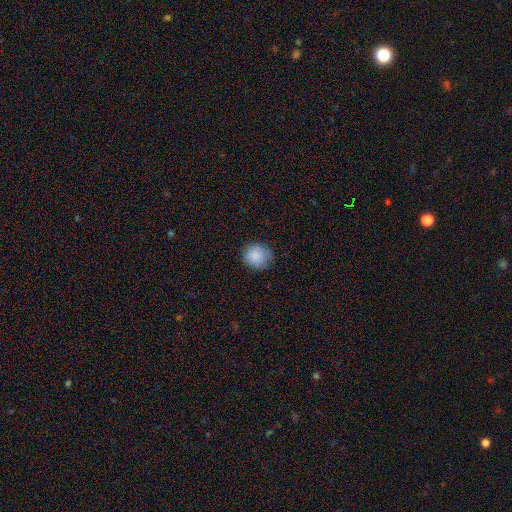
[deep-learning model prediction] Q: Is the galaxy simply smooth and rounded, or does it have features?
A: smooth — 87%.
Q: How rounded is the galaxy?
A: round — 88%.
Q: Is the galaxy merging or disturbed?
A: none — 78%.